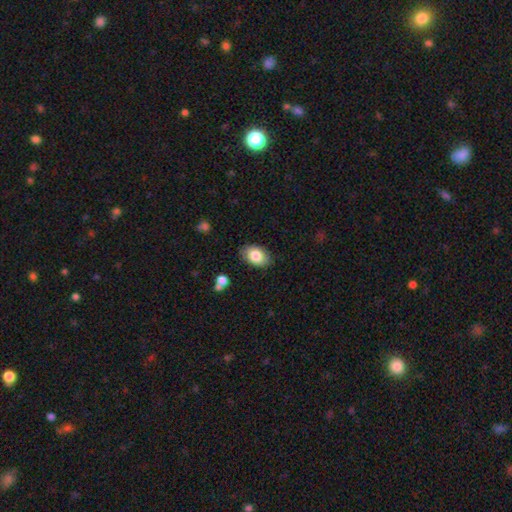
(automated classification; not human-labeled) Smooth or featured? Predicted: smooth (p=0.83). How rounded? Predicted: in between (p=0.88). Merging? Predicted: none (p=0.85).